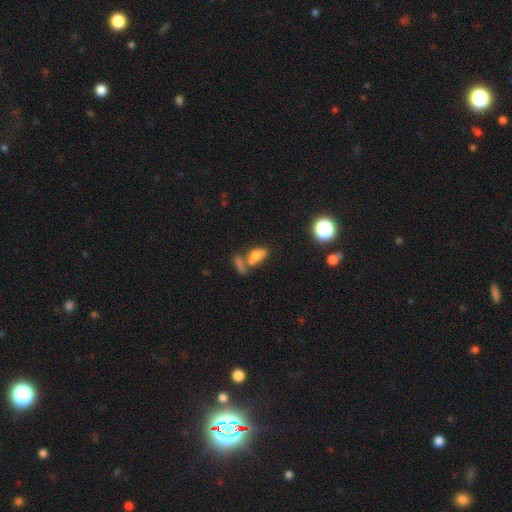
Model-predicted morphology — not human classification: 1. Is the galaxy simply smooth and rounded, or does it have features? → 71% smooth, 16% featured or disk, 13% star or artifact.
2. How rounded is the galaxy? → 85% in between, 9% cigar-shaped, 7% round.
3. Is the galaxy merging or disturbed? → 42% none, 38% merger, 13% minor disturbance, 7% major disturbance.